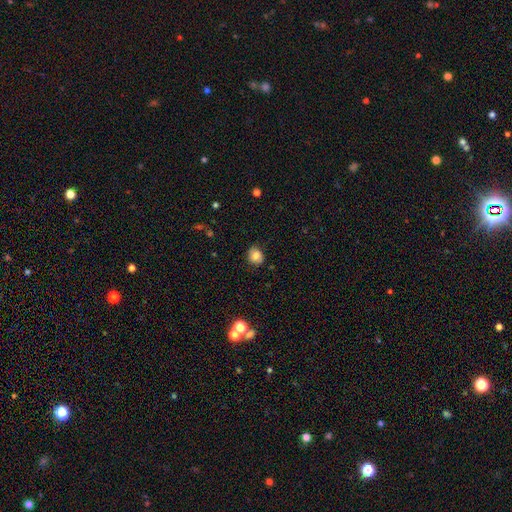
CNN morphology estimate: This appears to be a smooth galaxy with no disk features (76%) that is round (70%). Merging: none (79%).